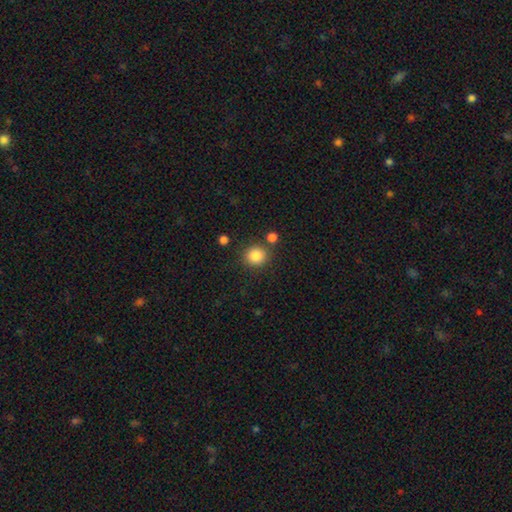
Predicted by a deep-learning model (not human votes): Smooth or featured? Predicted: smooth (p=0.86). How rounded? Predicted: round (p=0.87). Merging? Predicted: none (p=0.82).